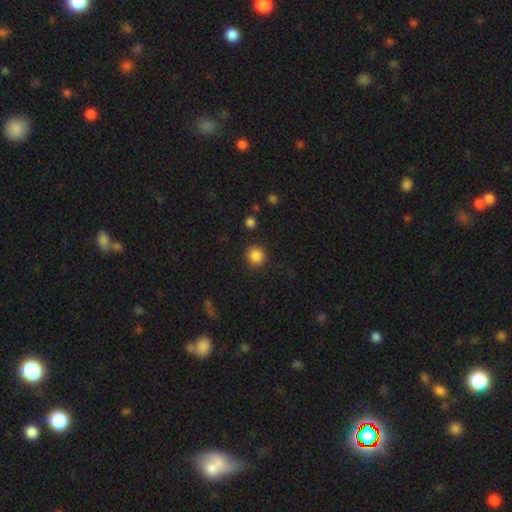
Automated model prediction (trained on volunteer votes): A smooth galaxy with no disk features (87%) that is round (91%).

Vote fractions:
- Smooth or featured? smooth: 87% / star or artifact: 10% / featured or disk: 3%
- How rounded? round: 91% / in between: 8% / cigar-shaped: 1%
- Merging? none: 88% / minor disturbance: 8% / major disturbance: 3% / merger: 2%